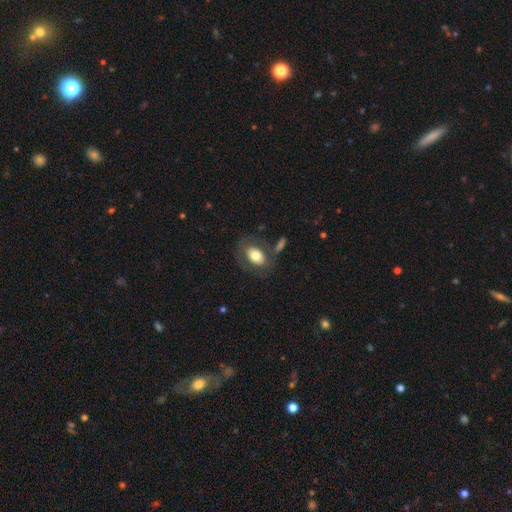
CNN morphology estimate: The model was most divided on "smooth or featured": smooth: 68%, featured or disk: 24%, star or artifact: 7%. More confident: how rounded — in between (82%); merging — none (68%).